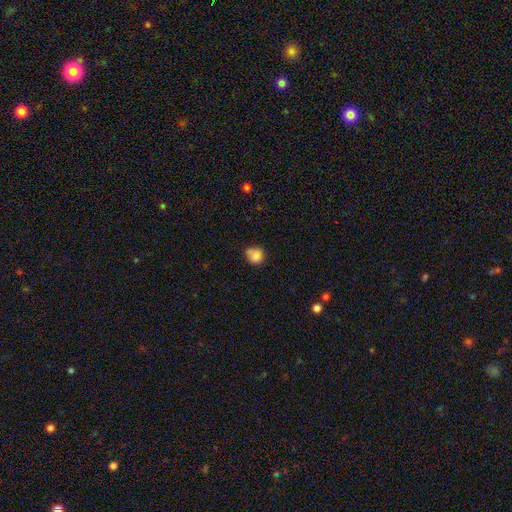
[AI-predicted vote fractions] Smooth or featured? smooth (81%)
How rounded? round (82%)
Merging? none (55%)